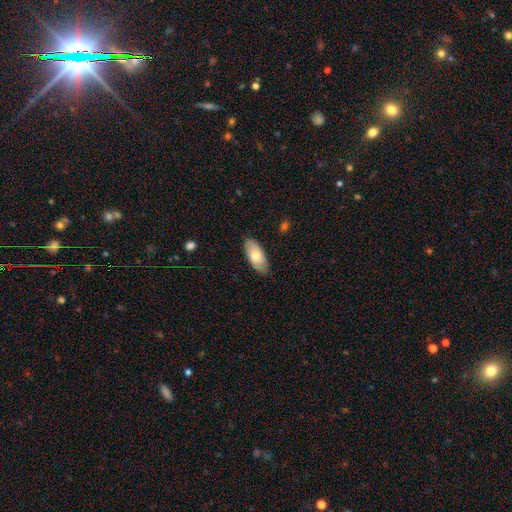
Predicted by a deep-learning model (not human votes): A smooth galaxy with no disk features (74%) that is in between round and cigar-shaped (89%).

Vote fractions:
- Smooth or featured? smooth: 74% / featured or disk: 21% / star or artifact: 6%
- How rounded? in between: 89% / cigar-shaped: 9% / round: 2%
- Merging? none: 83% / minor disturbance: 14% / major disturbance: 2% / merger: 1%